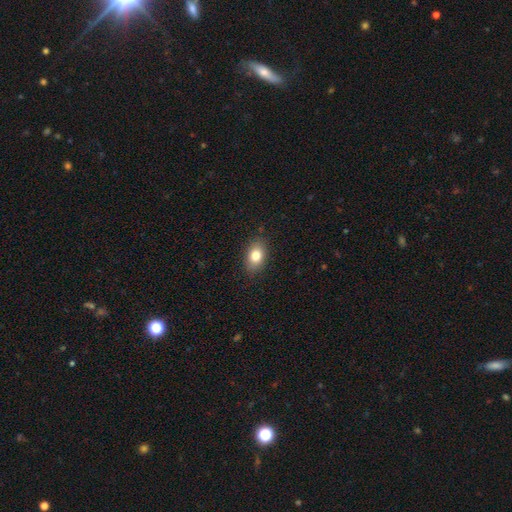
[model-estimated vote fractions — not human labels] Overall: smooth (81%). How rounded: in between (85%). Merging: none (86%).